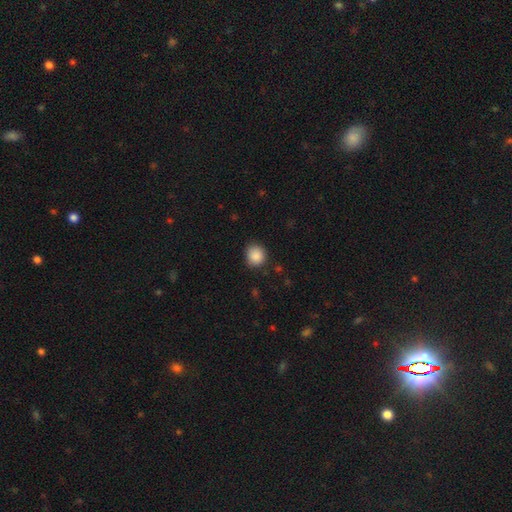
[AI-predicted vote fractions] Smooth or featured?
  - smooth: 87% *
  - star or artifact: 9%
  - featured or disk: 4%
How rounded?
  - round: 86% *
  - in between: 13%
  - cigar-shaped: 1%
Merging?
  - none: 83% *
  - minor disturbance: 13%
  - major disturbance: 3%
  - merger: 1%